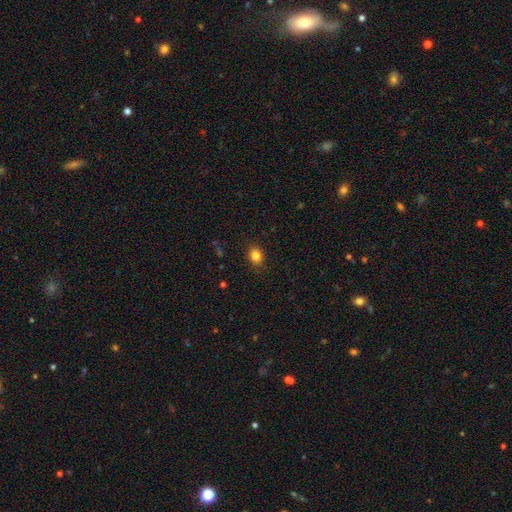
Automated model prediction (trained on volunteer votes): A smooth galaxy with no disk features (84%) that is round (53%).

Vote fractions:
- Smooth or featured? smooth: 84% / star or artifact: 11% / featured or disk: 5%
- How rounded? round: 53% / in between: 46% / cigar-shaped: 1%
- Merging? none: 87% / minor disturbance: 9% / major disturbance: 2% / merger: 1%